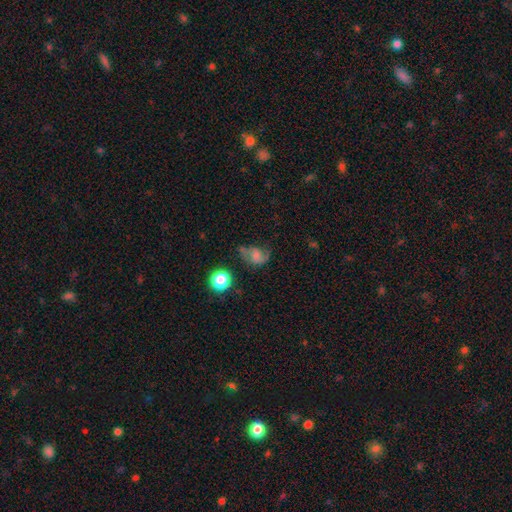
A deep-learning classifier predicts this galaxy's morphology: smooth_or_featured: smooth (p=0.50) [alt: featured or disk p=0.35]
merging: none (p=0.41) [alt: minor disturbance p=0.27]